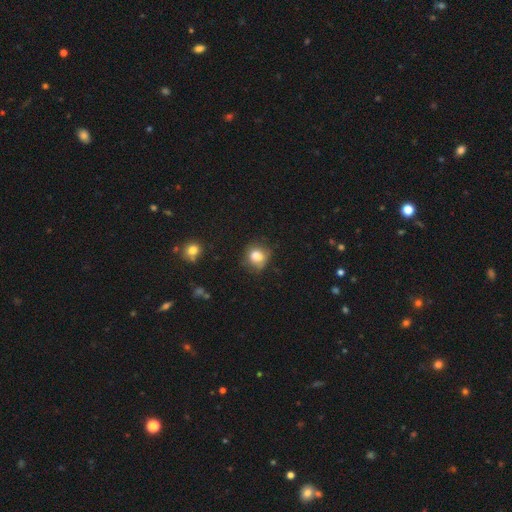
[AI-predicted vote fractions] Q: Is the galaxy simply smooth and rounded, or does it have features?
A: smooth — 77%.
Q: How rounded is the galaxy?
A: round — 74%.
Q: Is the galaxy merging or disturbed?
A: none — 59%.